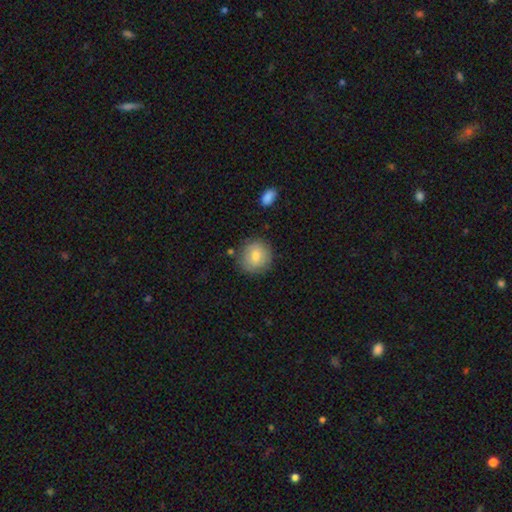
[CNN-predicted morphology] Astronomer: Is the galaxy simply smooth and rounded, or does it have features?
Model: smooth — 77%.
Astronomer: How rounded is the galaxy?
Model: round — 87%.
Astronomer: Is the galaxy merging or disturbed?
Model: none — 82%.